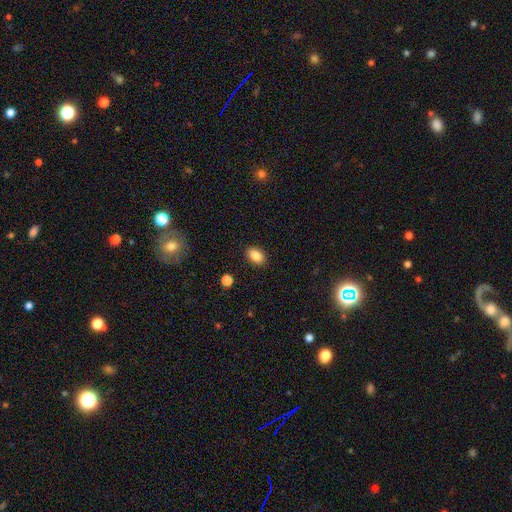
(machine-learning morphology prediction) This is clearly a smooth galaxy (86%). How rounded: clearly in between (87%). Merging: clearly none (88%).